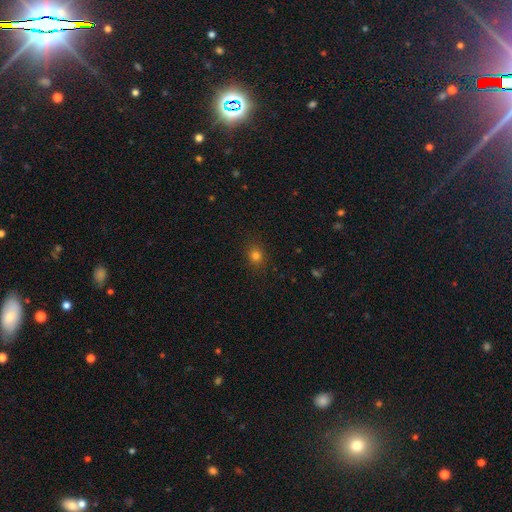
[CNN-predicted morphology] Smooth or featured: smooth — 78% (star or artifact — 16%)
How rounded: round — 75% (in between — 24%)
Merging: none — 88% (minor disturbance — 8%)